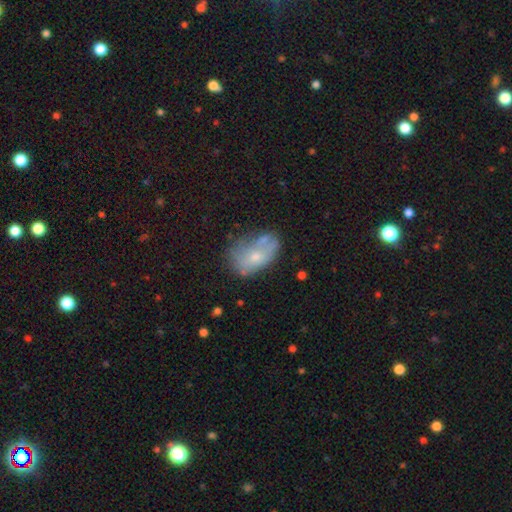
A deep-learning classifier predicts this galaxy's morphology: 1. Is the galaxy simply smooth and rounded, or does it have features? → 51% smooth, 40% featured or disk, 10% star or artifact.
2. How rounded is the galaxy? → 85% in between, 14% round, 2% cigar-shaped.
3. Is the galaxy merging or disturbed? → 40% none, 29% minor disturbance, 17% major disturbance, 14% merger.